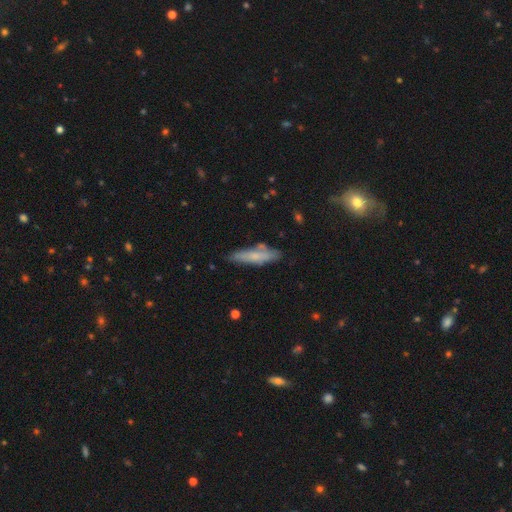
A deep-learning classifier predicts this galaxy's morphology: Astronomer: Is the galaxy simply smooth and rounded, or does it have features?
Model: smooth — 66%.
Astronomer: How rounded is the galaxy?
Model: cigar-shaped — 78%.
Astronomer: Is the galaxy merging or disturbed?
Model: none — 76%.